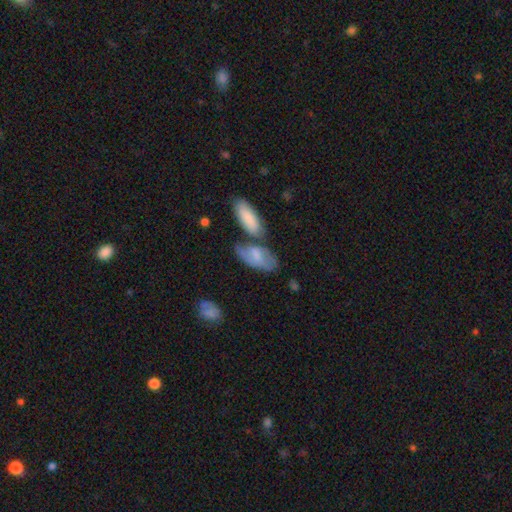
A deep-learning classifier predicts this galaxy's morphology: Overall: smooth (52%; featured or disk 40%). How rounded: in between (87%). Merging: none (38%; merger 34%).